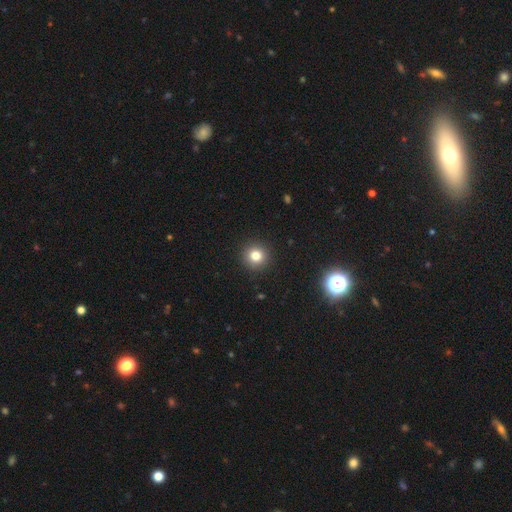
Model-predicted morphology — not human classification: A smooth galaxy with no disk features (80%) that is round (94%). Merging: none (92%).